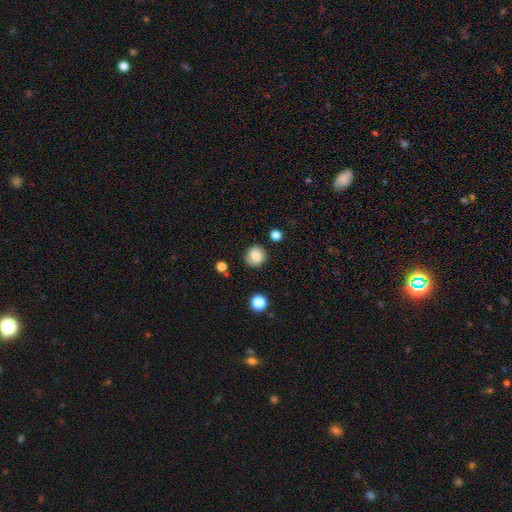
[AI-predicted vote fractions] This appears to be a smooth galaxy with no disk features (80%) that is round (85%). Merging: none (83%).